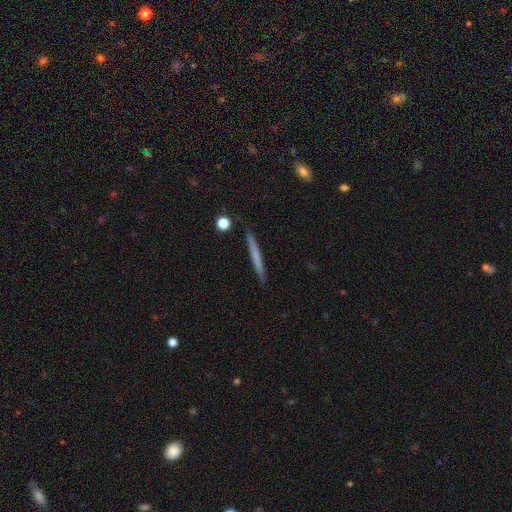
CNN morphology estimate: This appears to be a smooth galaxy with no disk features (59%) that is cigar-shaped (97%). Merging: none (91%).